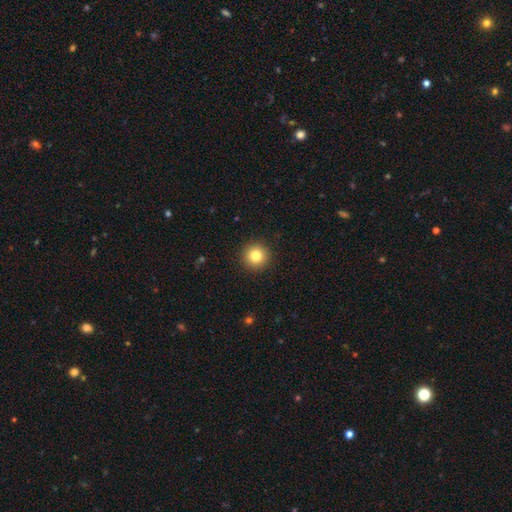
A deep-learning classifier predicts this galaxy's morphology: This is clearly a smooth galaxy (82%). How rounded: clearly round (95%). Merging: clearly none (92%).